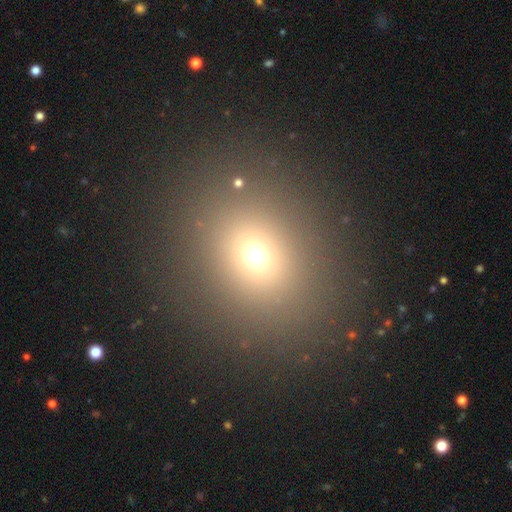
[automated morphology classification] This appears to be a smooth galaxy with no disk features (67%) that is round (70%). Merging: none (87%).